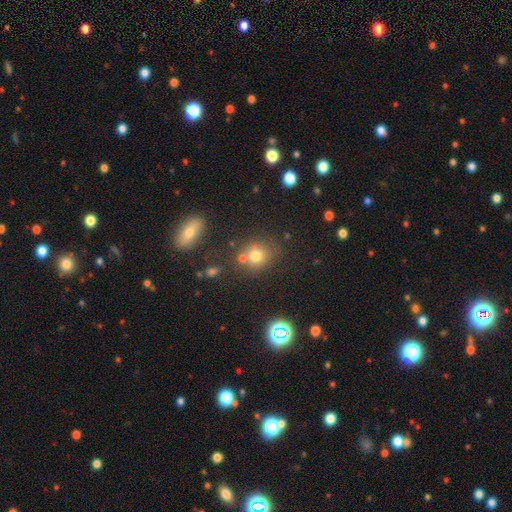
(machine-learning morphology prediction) A smooth galaxy with no disk features (71%) that is round (77%). Merging: none (63%).